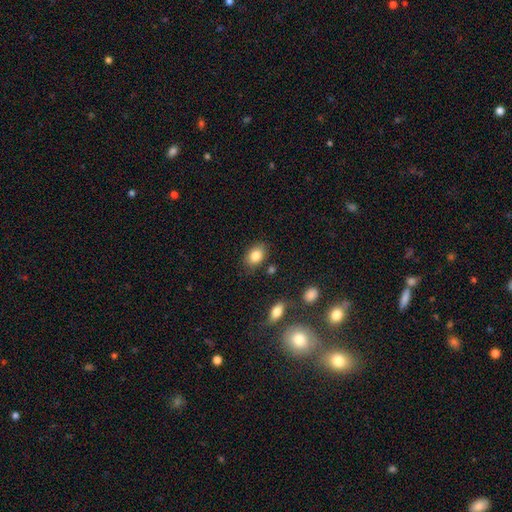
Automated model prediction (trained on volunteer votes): A smooth galaxy with no disk features (83%) that is in between round and cigar-shaped (78%).

Vote fractions:
- Smooth or featured? smooth: 83% / star or artifact: 8% / featured or disk: 8%
- How rounded? in between: 78% / round: 21% / cigar-shaped: 1%
- Merging? none: 81% / minor disturbance: 12% / merger: 3% / major disturbance: 3%